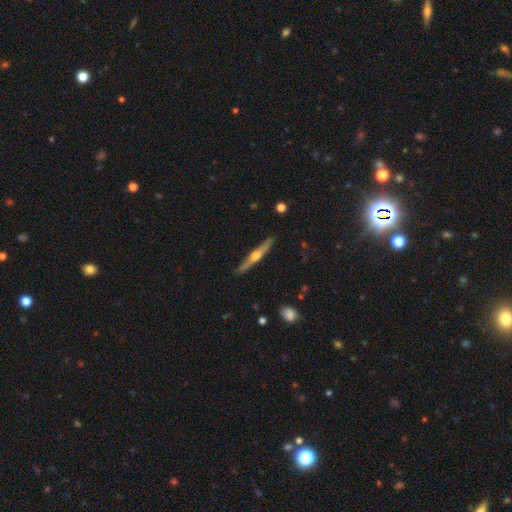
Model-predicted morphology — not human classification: type=featured or disk (71%); edge-on=yes (98%); edge-on bulge=rounded (92%); merging=none (90%).